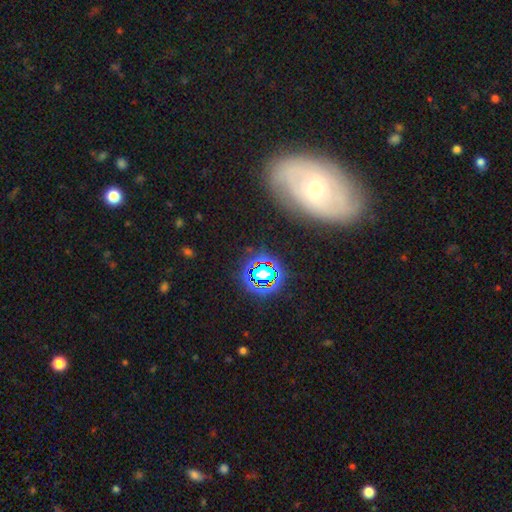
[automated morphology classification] Smooth or featured? Predicted: featured or disk (p=0.52). Edge-on disk? Predicted: no (p=0.89). Merging? Predicted: none (p=0.84).